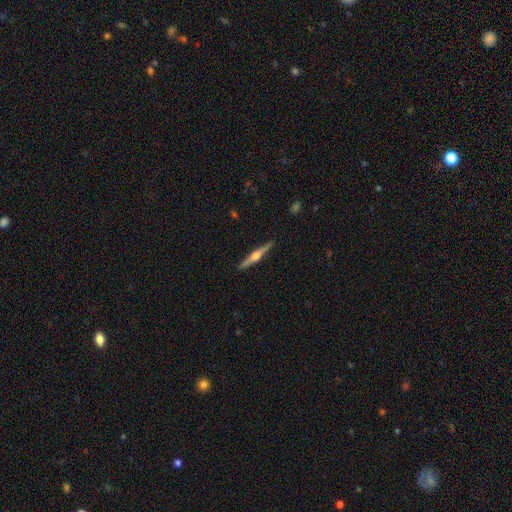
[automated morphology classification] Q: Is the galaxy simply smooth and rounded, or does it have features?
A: featured or disk — 74%.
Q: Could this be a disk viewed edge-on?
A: yes — 98%.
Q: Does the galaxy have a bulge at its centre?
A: rounded — 91%.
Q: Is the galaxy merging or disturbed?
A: none — 91%.